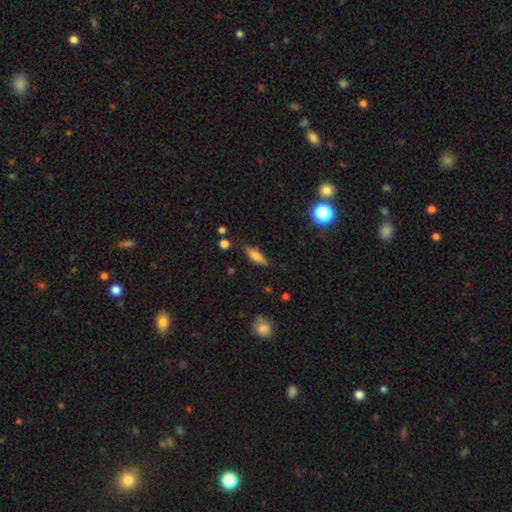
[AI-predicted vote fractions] The model was most divided on "how rounded": cigar-shaped: 52%, in between: 45%, round: 3%. More confident: merging — none (79%); smooth or featured — smooth (65%).